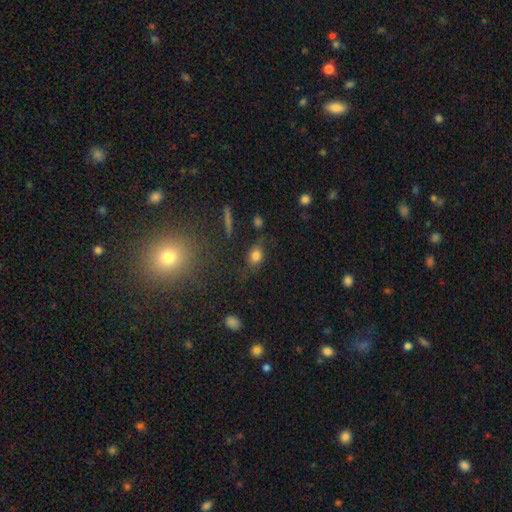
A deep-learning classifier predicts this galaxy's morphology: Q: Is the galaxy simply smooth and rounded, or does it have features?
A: smooth — 78%.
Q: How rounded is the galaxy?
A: in between — 61%.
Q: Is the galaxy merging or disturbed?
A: none — 67%.